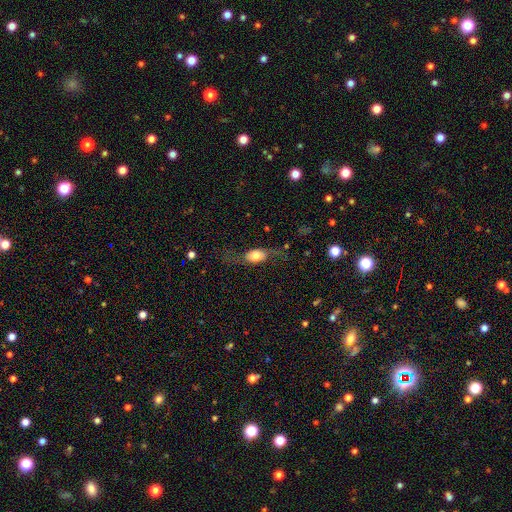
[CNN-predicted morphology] Smooth or featured?
  - smooth: 51% *
  - featured or disk: 40%
  - star or artifact: 8%
How rounded?
  - in between: 69% *
  - round: 20%
  - cigar-shaped: 11%
Merging?
  - none: 55% *
  - major disturbance: 22%
  - minor disturbance: 20%
  - merger: 2%